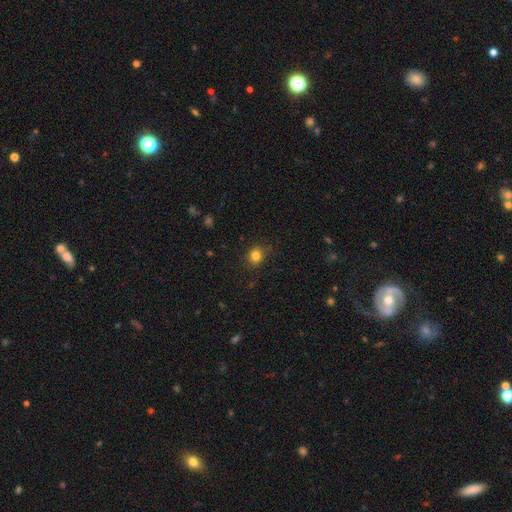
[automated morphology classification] This is clearly a smooth galaxy (81%). How rounded: likely round (76%). Merging: clearly none (83%).